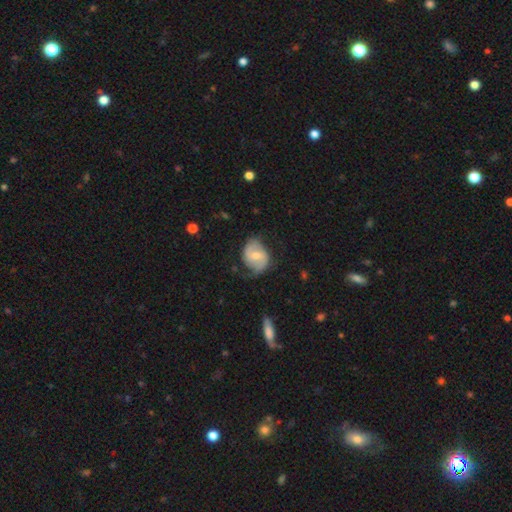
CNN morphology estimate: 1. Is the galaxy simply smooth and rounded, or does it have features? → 66% featured or disk, 28% smooth, 6% star or artifact.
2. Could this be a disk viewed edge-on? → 97% no, 3% yes.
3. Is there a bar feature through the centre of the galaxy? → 50% weak, 35% no, 15% strong.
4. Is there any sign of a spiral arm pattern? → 87% yes, 13% no.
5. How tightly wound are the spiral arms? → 44% medium, 33% loose, 23% tight.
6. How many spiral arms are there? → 84% 2, 9% can't tell, 4% 1, 1% 3, 1% 4, 1% more than 4.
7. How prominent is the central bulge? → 61% moderate, 33% small, 3% large, 2% none, 1% dominant.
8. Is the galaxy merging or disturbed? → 64% none, 26% minor disturbance, 9% major disturbance, 1% merger.